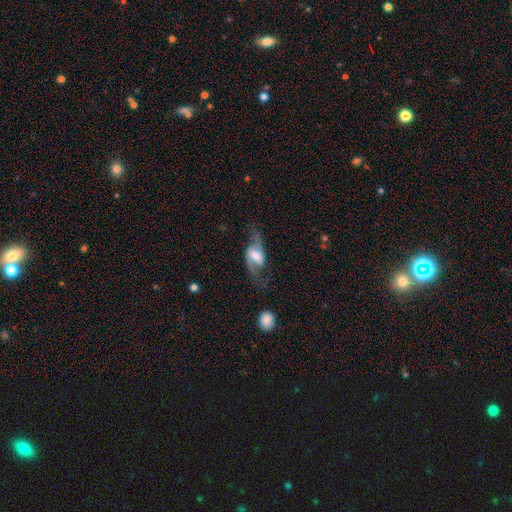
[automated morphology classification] featured or disk 80%, smooth 14%, star or artifact 6%. Down the decision tree: edge-on disk — no (94%); bar — weak (45%); spiral arms — yes (92%); spiral arm count — 2 (92%); spiral winding — loose (59%); bulge size — moderate (59%); merging — none (70%).